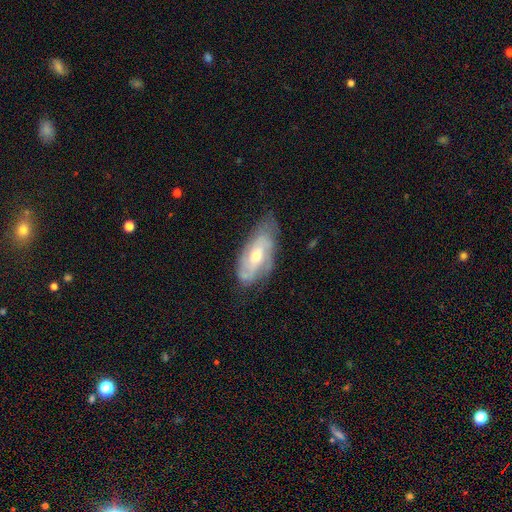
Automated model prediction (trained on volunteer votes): This appears to be a featured or disk galaxy (71%) with no bar (58%), tight (47%) spiral arms (86%) and a moderate central bulge (60%). Merging: none (63%).